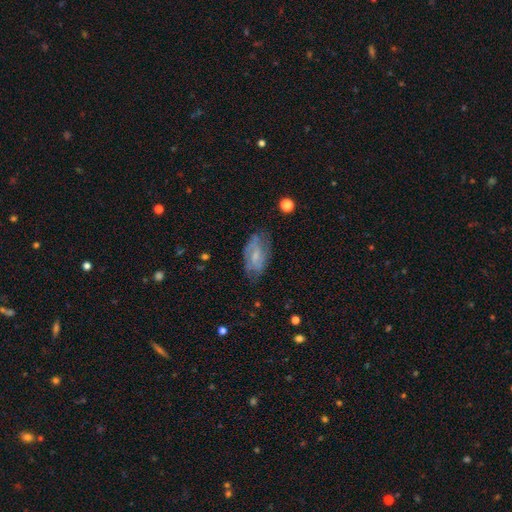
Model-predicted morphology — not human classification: Smooth or featured? Predicted: featured or disk (p=0.61). Edge-on disk? Predicted: no (p=0.94). Bar? Predicted: weak (p=0.46). Spiral arms? Predicted: yes (p=0.82). Bulge size? Predicted: small (p=0.57). Merging? Predicted: none (p=0.66).